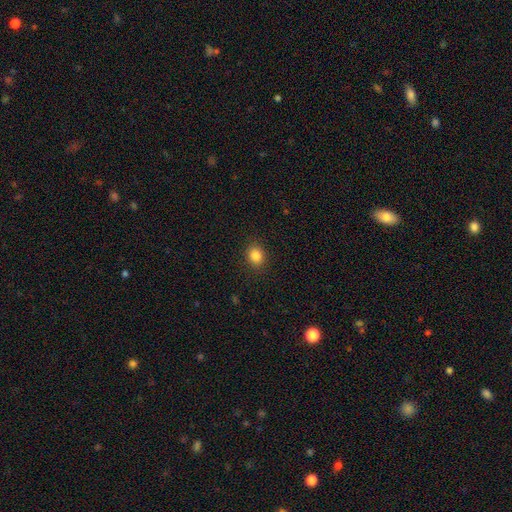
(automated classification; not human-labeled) smooth_or_featured: smooth (p=0.84) [alt: star or artifact p=0.11]
how_rounded: round (p=0.58) [alt: in between p=0.41]
merging: none (p=0.89) [alt: minor disturbance p=0.08]